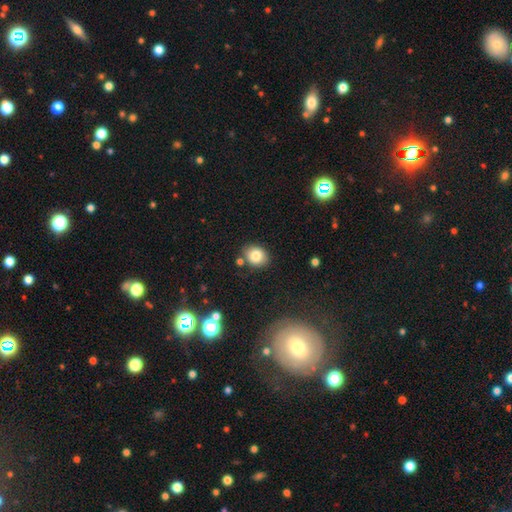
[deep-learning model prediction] smooth 82%, star or artifact 10%, featured or disk 8%. Down the decision tree: how rounded — round (56%); merging — none (79%).